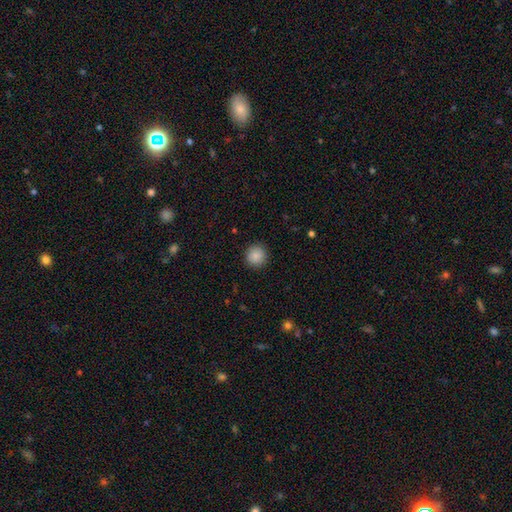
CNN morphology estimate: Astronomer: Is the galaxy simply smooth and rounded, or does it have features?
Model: smooth — 87%.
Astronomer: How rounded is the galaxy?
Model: round — 94%.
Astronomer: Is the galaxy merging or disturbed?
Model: none — 92%.